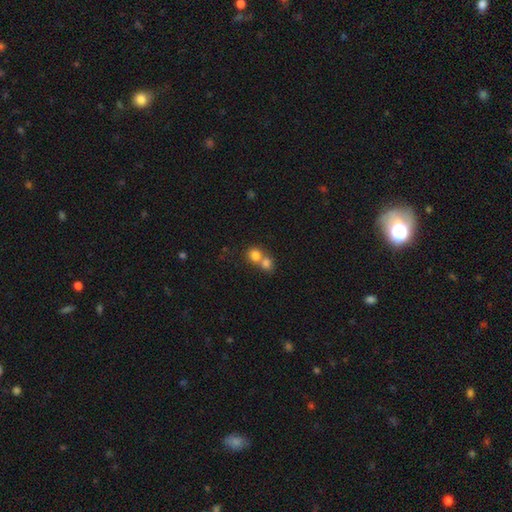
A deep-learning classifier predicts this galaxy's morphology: smooth-or-featured: smooth: 78% | star or artifact: 11% | featured or disk: 11%
  how-rounded: round: 78% | in between: 21% | cigar-shaped: 1%
  merging: merger: 61% | none: 32% | minor disturbance: 5% | major disturbance: 2%